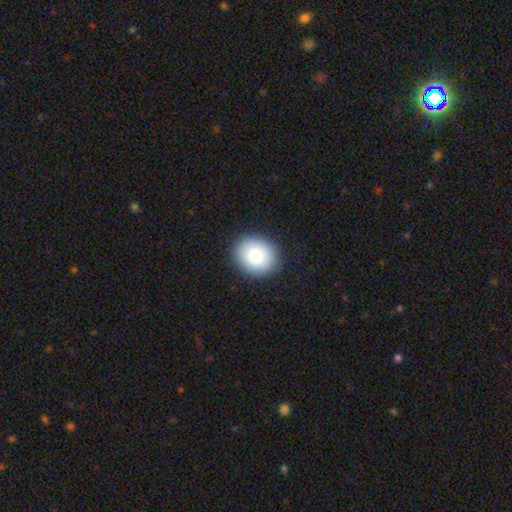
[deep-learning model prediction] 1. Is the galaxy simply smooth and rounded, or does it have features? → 78% smooth, 13% featured or disk, 9% star or artifact.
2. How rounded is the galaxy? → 69% round, 30% in between, 1% cigar-shaped.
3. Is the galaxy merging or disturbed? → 91% none, 6% minor disturbance, 2% major disturbance, 1% merger.